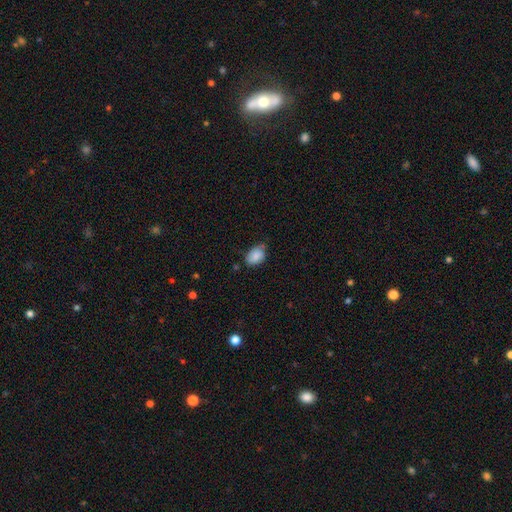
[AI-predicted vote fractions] Morphology: type=smooth (86%); roundness=in between (82%); merging=none (63%).